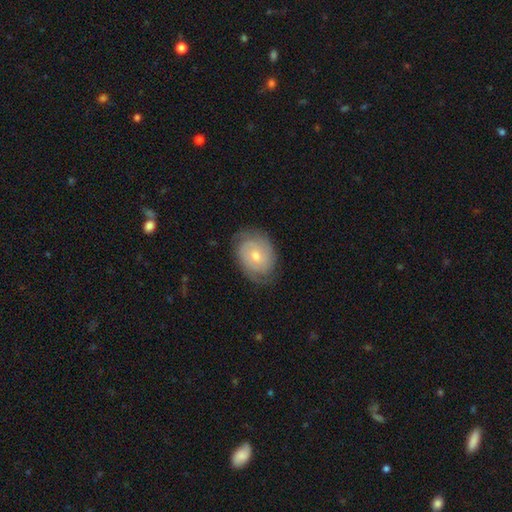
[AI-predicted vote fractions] Smooth or featured?
  - featured or disk: 67% *
  - smooth: 26%
  - star or artifact: 7%
Edge-on disk?
  - no: 97% *
  - yes: 3%
Bar?
  - no: 66% *
  - weak: 29%
  - strong: 5%
Spiral arms?
  - yes: 87% *
  - no: 13%
Spiral winding?
  - tight: 67% *
  - medium: 25%
  - loose: 7%
Spiral arm count?
  - 2: 55% *
  - can't tell: 28%
  - 3: 8%
  - 1: 4%
  - 4: 3%
  - more than 4: 2%
Bulge size?
  - moderate: 53% *
  - small: 43%
  - large: 2%
  - none: 1%
  - dominant: 1%
Merging?
  - none: 77% *
  - minor disturbance: 17%
  - major disturbance: 5%
  - merger: 1%